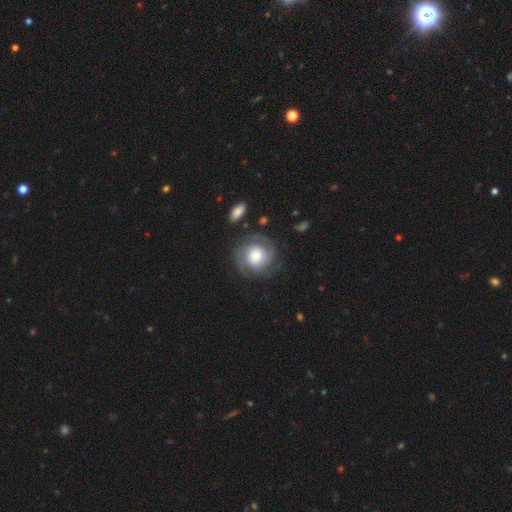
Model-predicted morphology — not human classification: Q: Smooth or featured?
A: featured or disk (71%); runner-up: smooth (22%)
Q: Edge-on disk?
A: no (98%); runner-up: yes (2%)
Q: Bar?
A: no (76%); runner-up: weak (20%)
Q: Spiral arms?
A: yes (92%); runner-up: no (8%)
Q: Spiral winding?
A: tight (57%); runner-up: medium (32%)
Q: Spiral arm count?
A: 2 (44%); runner-up: can't tell (22%)
Q: Bulge size?
A: moderate (47%); runner-up: large (29%)
Q: Merging?
A: none (75%); runner-up: minor disturbance (14%)